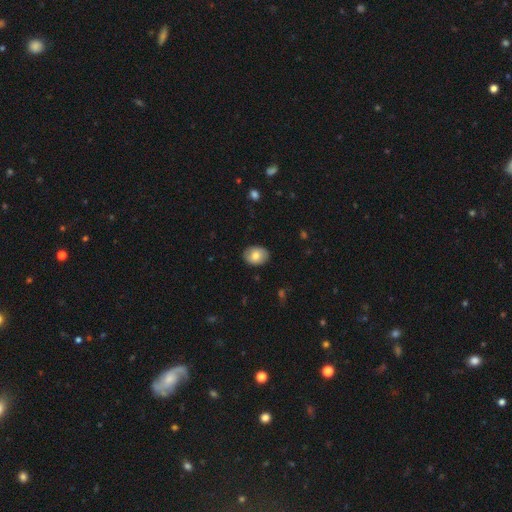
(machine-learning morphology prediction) A smooth galaxy with no disk features (75%) that is in between round and cigar-shaped (65%). Merging: none (85%).